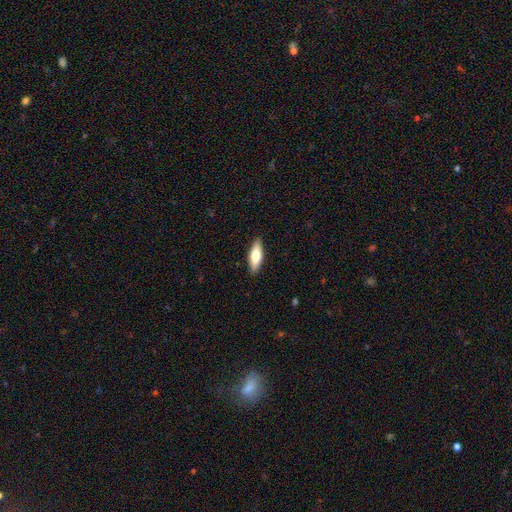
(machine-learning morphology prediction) This appears to be a smooth galaxy with no disk features (69%) that is in between round and cigar-shaped (57%). Merging: none (89%).